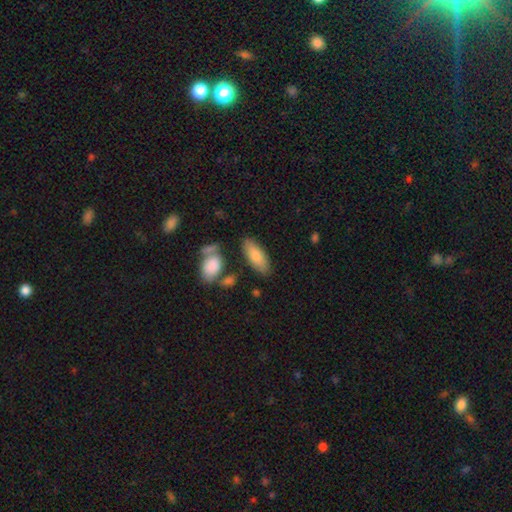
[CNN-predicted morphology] The model was most divided on "how rounded": in between: 79%, cigar-shaped: 19%, round: 2%. More confident: smooth or featured — smooth (77%); merging — none (77%).